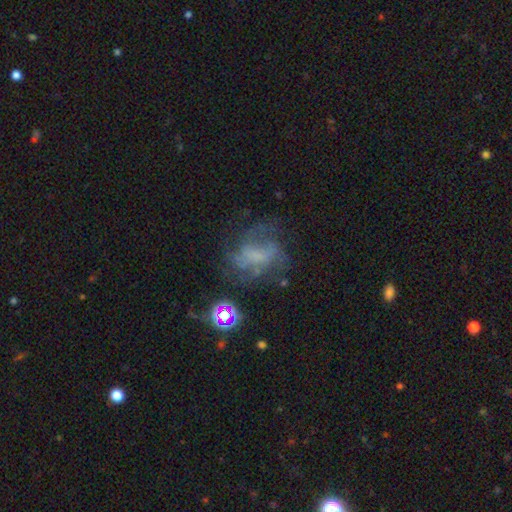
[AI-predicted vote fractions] Smooth or featured? Predicted: featured or disk (p=0.53). Edge-on disk? Predicted: no (p=0.96). Bar? Predicted: no (p=0.61). Spiral arms? Predicted: yes (p=0.51). Bulge size? Predicted: none (p=0.59). Merging? Predicted: none (p=0.45).